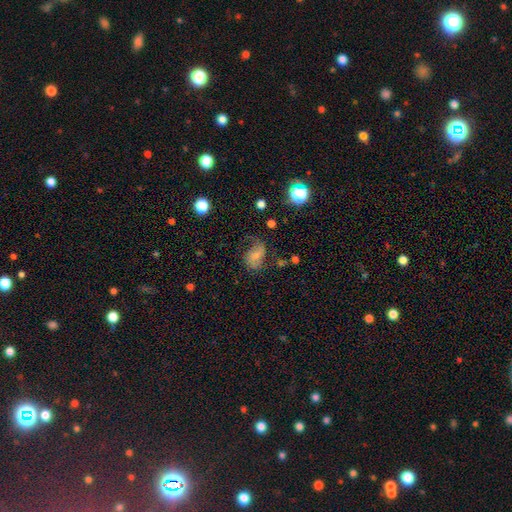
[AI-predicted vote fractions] This is possibly a smooth galaxy (48%). Merging: marginally none (43%).